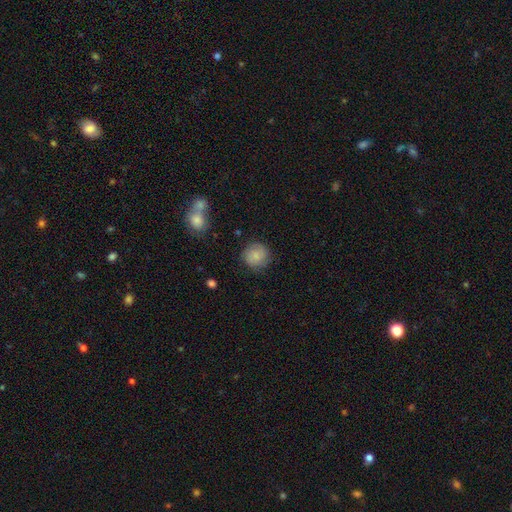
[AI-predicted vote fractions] The model was most divided on "smooth or featured": smooth: 81%, featured or disk: 12%, star or artifact: 8%. More confident: how rounded — round (91%); merging — none (83%).